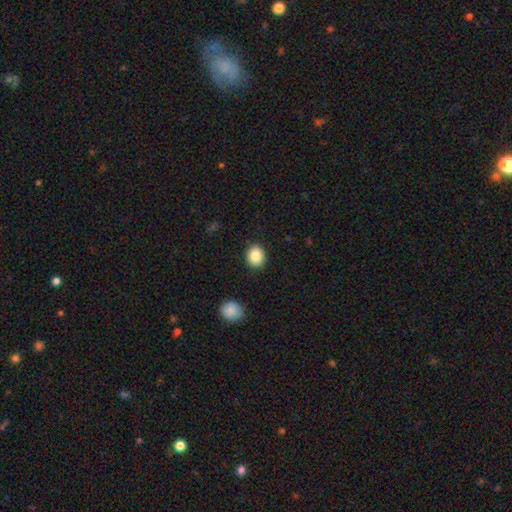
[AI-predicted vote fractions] Q: Smooth or featured?
A: smooth (86%); runner-up: star or artifact (9%)
Q: How rounded?
A: round (68%); runner-up: in between (31%)
Q: Merging?
A: none (89%); runner-up: minor disturbance (7%)